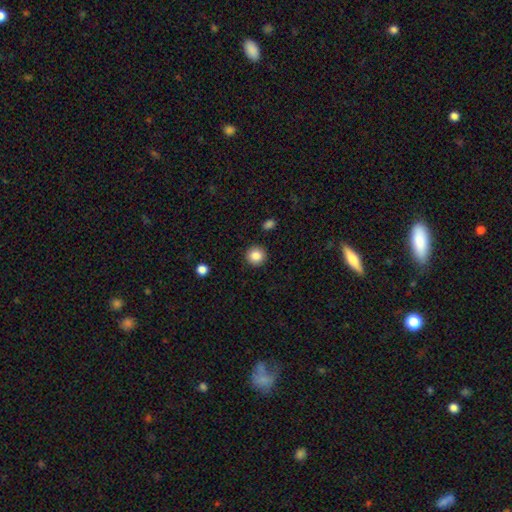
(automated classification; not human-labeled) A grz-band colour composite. It shows a smooth galaxy with no disk features (86%) that is round (94%). Merging: none (91%).